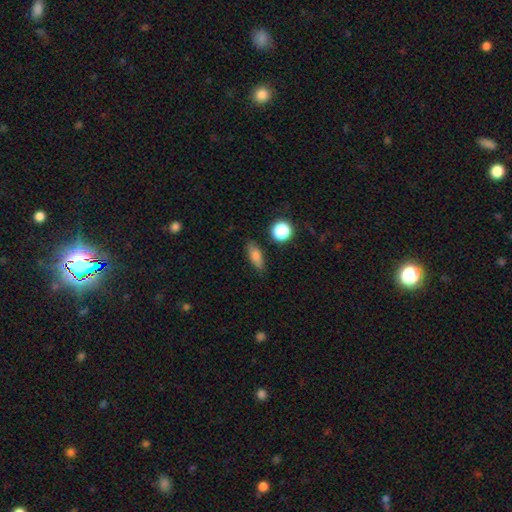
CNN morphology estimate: Smooth or featured?
  - smooth: 79% *
  - star or artifact: 11%
  - featured or disk: 10%
How rounded?
  - in between: 69% *
  - cigar-shaped: 23%
  - round: 9%
Merging?
  - none: 81% *
  - minor disturbance: 13%
  - major disturbance: 3%
  - merger: 2%